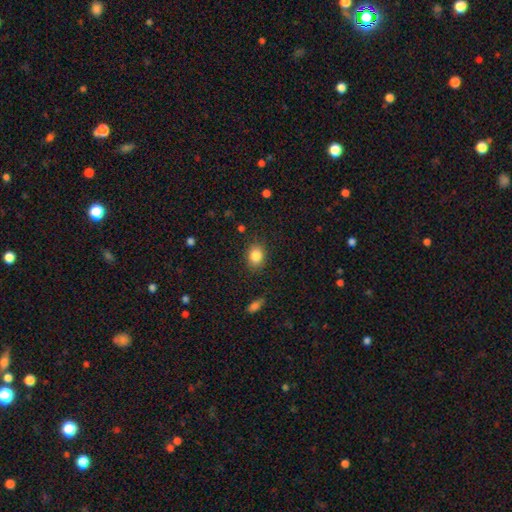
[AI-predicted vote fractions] Morphology: type=smooth (85%); roundness=in between (52%); merging=none (85%).